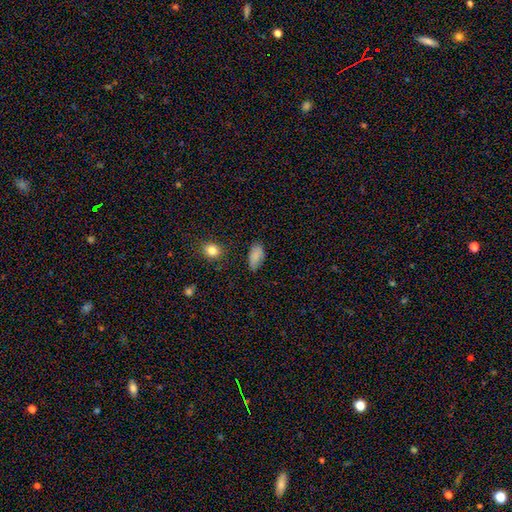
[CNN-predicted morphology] A smooth galaxy with no disk features (83%) that is in between round and cigar-shaped (93%). Merging: none (73%).